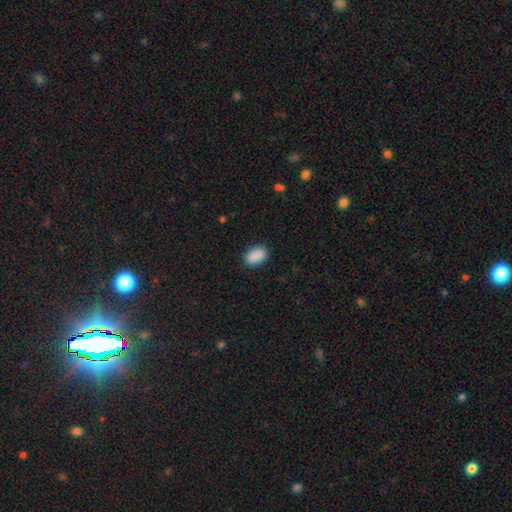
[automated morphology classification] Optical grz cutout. It shows a smooth galaxy with no disk features (90%) that is in between round and cigar-shaped (89%). Merging: none (88%).